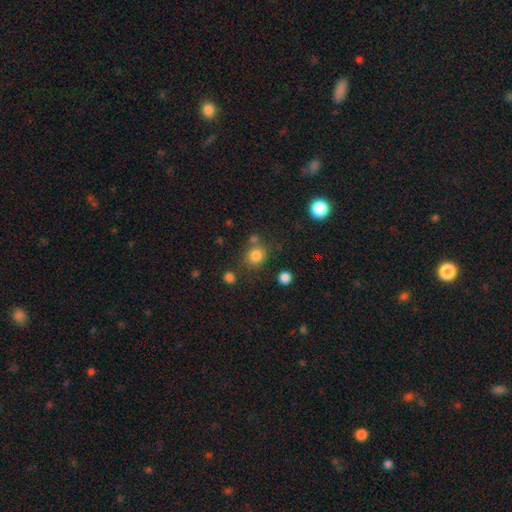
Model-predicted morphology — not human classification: A smooth galaxy with no disk features (80%) that is round (81%). Merging: none (71%).